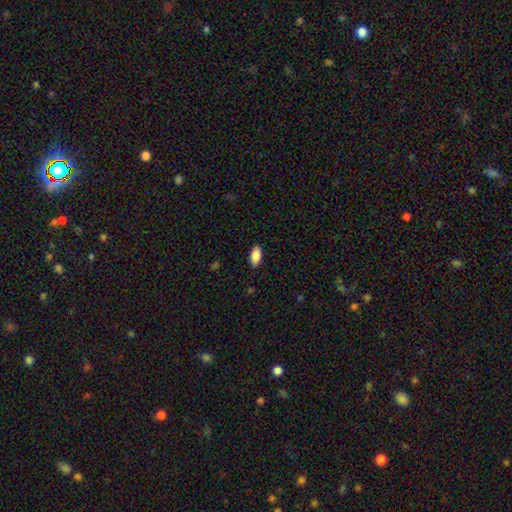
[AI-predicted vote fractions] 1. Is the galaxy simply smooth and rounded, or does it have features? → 88% smooth, 7% star or artifact, 5% featured or disk.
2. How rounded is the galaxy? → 92% in between, 5% cigar-shaped, 3% round.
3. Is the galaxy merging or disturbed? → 86% none, 11% minor disturbance, 2% major disturbance, 1% merger.